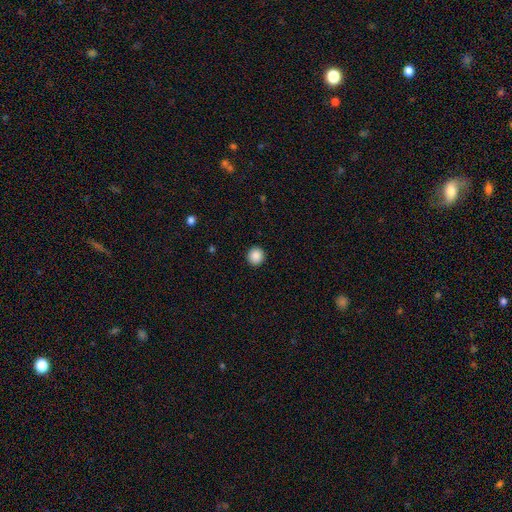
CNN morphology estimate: Smooth or featured? smooth (89%)
How rounded? round (94%)
Merging? none (93%)